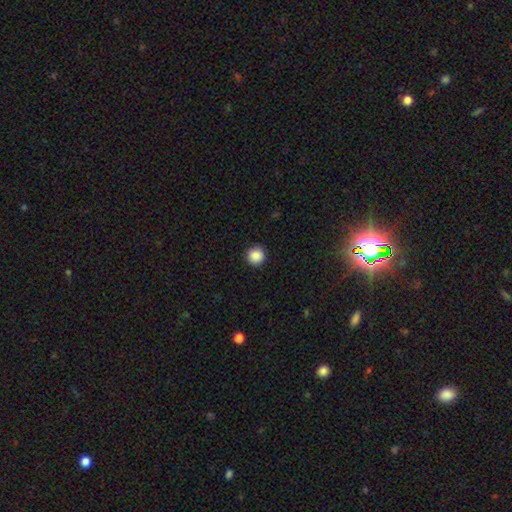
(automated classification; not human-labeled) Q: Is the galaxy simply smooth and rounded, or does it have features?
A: smooth — 88%.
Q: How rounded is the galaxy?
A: round — 96%.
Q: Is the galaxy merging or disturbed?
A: none — 92%.